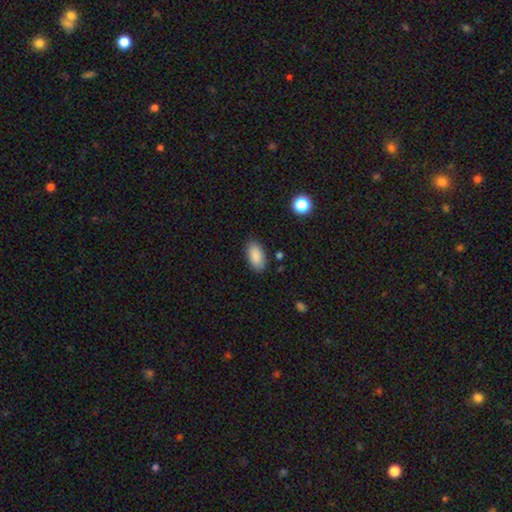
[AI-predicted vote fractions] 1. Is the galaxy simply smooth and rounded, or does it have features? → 89% smooth, 7% star or artifact, 4% featured or disk.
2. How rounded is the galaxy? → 93% in between, 4% cigar-shaped, 3% round.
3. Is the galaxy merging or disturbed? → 87% none, 10% minor disturbance, 2% major disturbance, 1% merger.